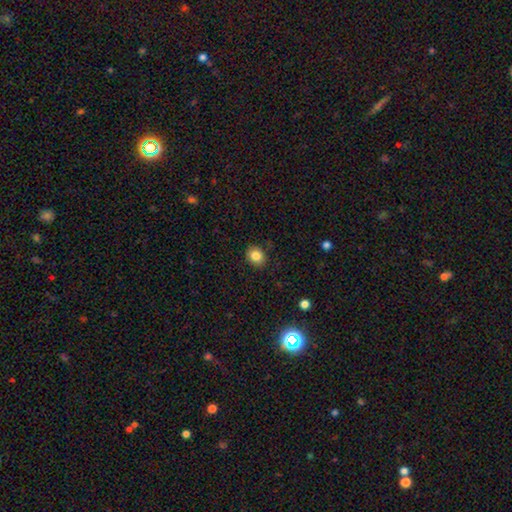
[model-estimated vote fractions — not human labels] A smooth galaxy with no disk features (83%) that is round (65%). Merging: none (88%).